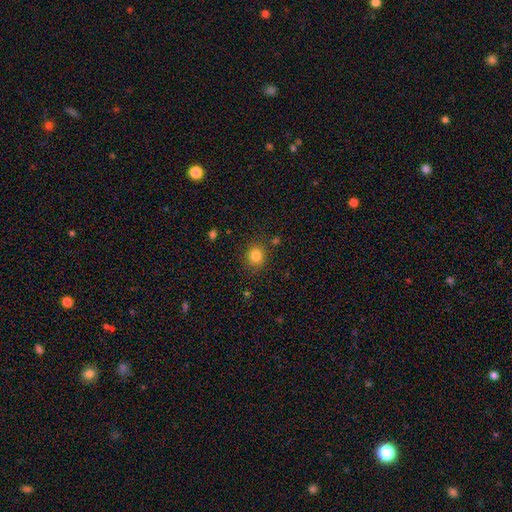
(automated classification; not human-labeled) The model was most divided on "how rounded": round: 80%, in between: 19%, cigar-shaped: 1%. More confident: merging — none (83%); smooth or featured — smooth (83%).